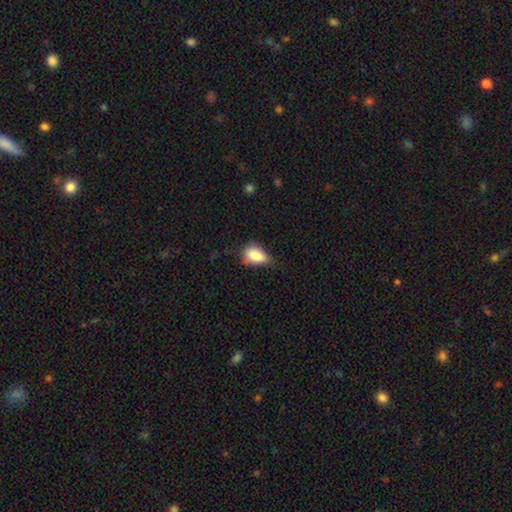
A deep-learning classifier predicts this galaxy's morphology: Smooth or featured? Predicted: smooth (p=0.84). How rounded? Predicted: in between (p=0.87). Merging? Predicted: none (p=0.45).